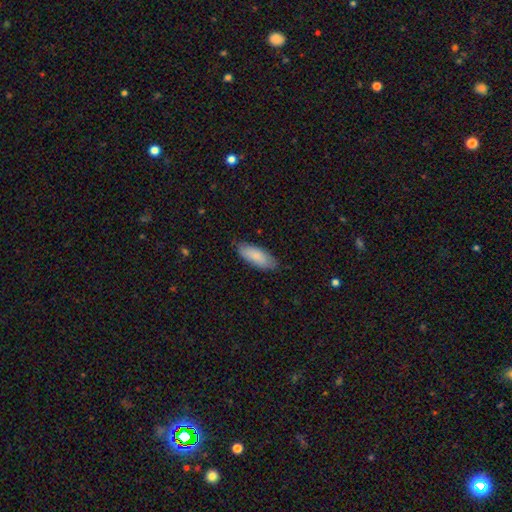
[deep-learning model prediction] A smooth galaxy with no disk features (85%) that is in between round and cigar-shaped (74%).

Vote fractions:
- Smooth or featured? smooth: 85% / featured or disk: 9% / star or artifact: 5%
- How rounded? in between: 74% / cigar-shaped: 24% / round: 1%
- Merging? none: 80% / minor disturbance: 16% / major disturbance: 3% / merger: 1%